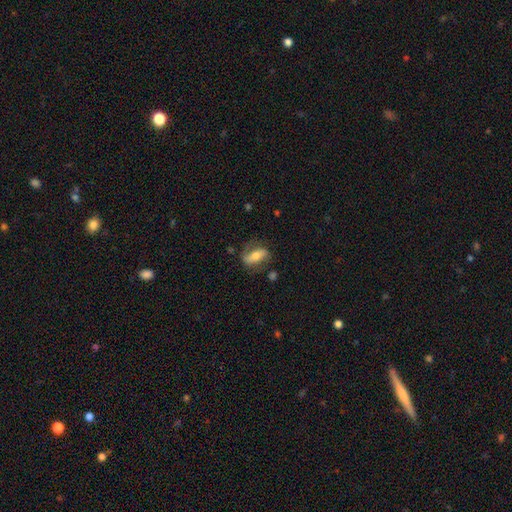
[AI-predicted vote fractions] Smooth or featured? Predicted: featured or disk (p=0.55). Edge-on disk? Predicted: no (p=0.87). Merging? Predicted: none (p=0.66).